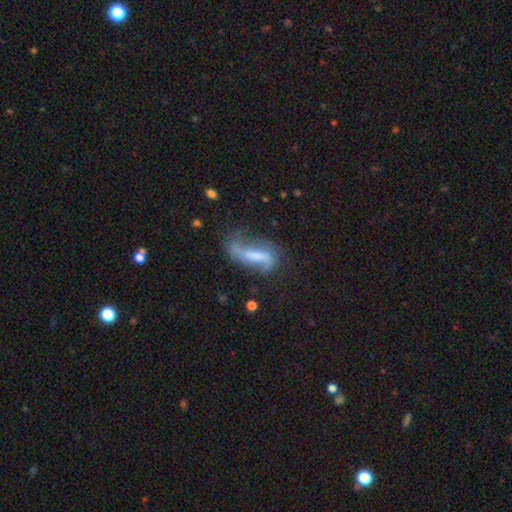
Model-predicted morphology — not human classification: Q: Smooth or featured?
A: featured or disk (52%); runner-up: smooth (39%)
Q: Edge-on disk?
A: no (84%); runner-up: yes (16%)
Q: Merging?
A: none (37%); runner-up: minor disturbance (28%)